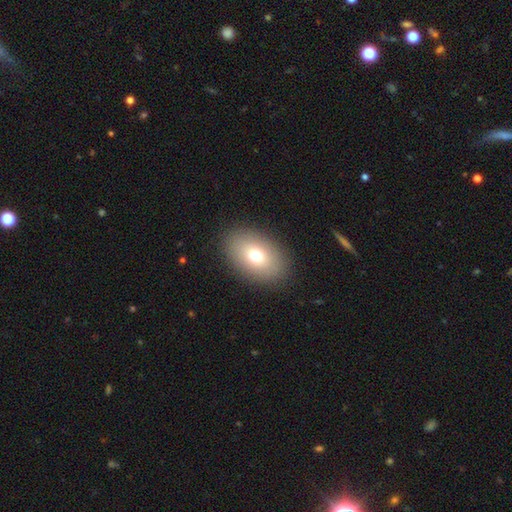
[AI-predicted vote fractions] This appears to be a smooth galaxy with no disk features (74%) that is in between round and cigar-shaped (86%). Merging: none (89%).